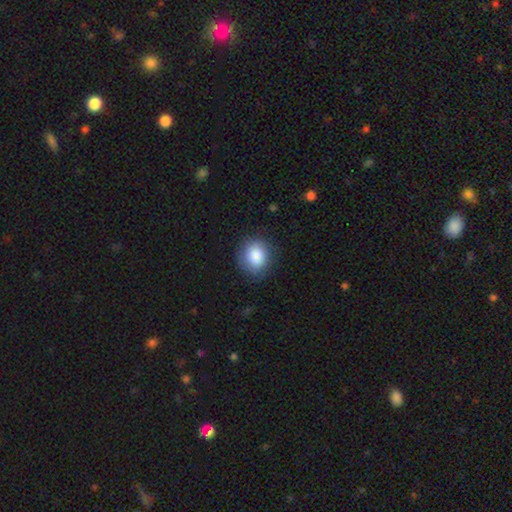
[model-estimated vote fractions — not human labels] A smooth galaxy with no disk features (84%) that is round (75%). Merging: none (78%).